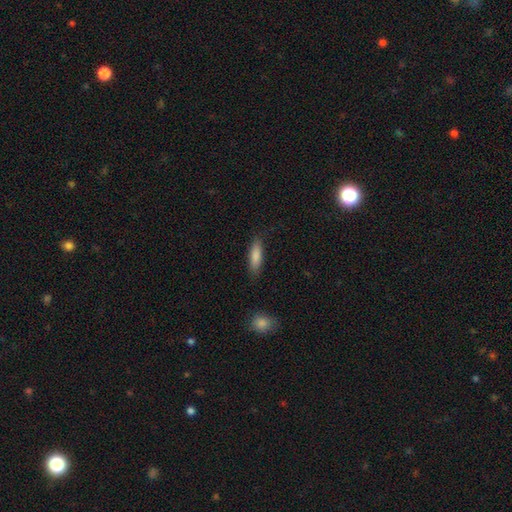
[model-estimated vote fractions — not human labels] smooth_or_featured: smooth (p=0.85) [alt: featured or disk p=0.09]
how_rounded: cigar-shaped (p=0.54) [alt: in between p=0.44]
merging: none (p=0.84) [alt: minor disturbance p=0.12]